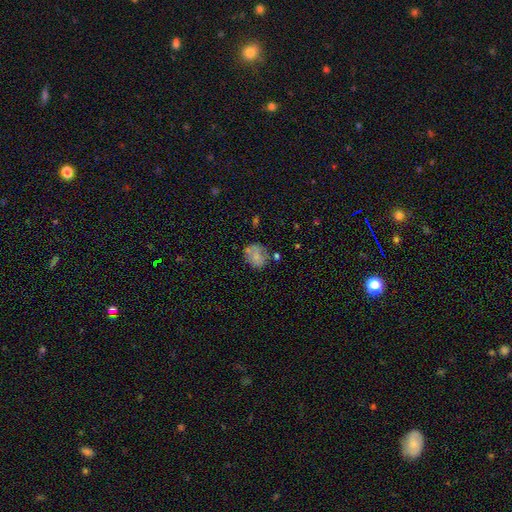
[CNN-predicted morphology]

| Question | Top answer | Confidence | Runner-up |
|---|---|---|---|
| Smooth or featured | smooth | 72% | featured or disk (18%) |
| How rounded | round | 66% | in between (33%) |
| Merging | none | 61% | minor disturbance (21%) |